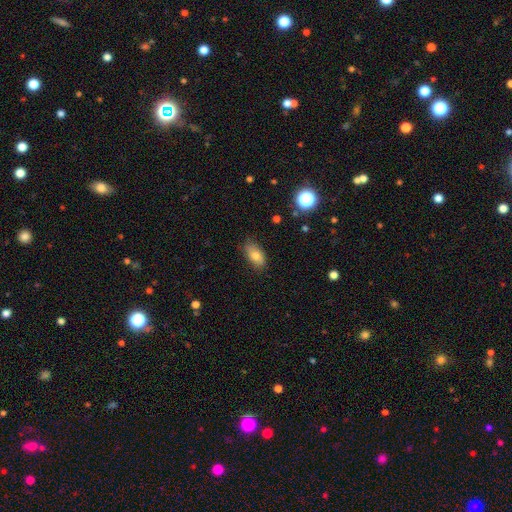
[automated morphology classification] smooth 76%, featured or disk 15%, star or artifact 9%. Down the decision tree: how rounded — in between (90%); merging — none (78%).